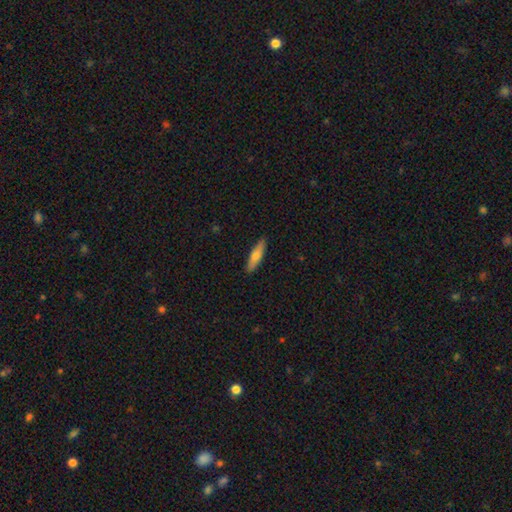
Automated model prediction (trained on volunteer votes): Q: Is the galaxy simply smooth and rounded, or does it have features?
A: smooth — 68%.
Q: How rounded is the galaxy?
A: cigar-shaped — 75%.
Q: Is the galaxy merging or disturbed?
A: none — 90%.